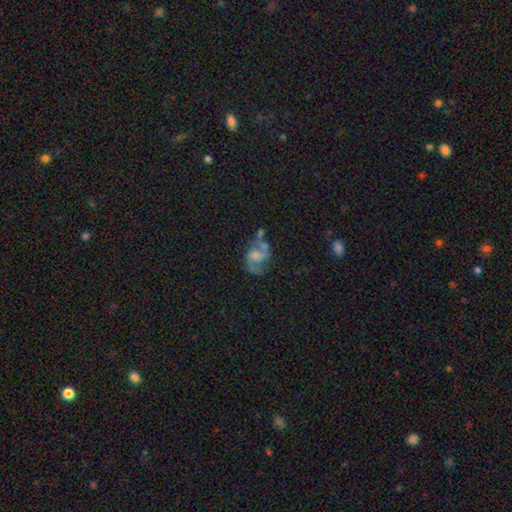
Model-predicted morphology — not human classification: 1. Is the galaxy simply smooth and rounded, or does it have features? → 72% featured or disk, 18% smooth, 10% star or artifact.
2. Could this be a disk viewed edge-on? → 98% no, 2% yes.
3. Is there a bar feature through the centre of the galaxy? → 55% no, 36% weak, 9% strong.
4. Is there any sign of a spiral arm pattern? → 86% yes, 14% no.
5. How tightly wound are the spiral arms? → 48% medium, 38% loose, 14% tight.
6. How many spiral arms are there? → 86% 2, 6% can't tell, 4% 1, 2% 3, 1% 4, 1% more than 4.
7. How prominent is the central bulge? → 31% moderate, 27% none, 23% small, 17% large, 2% dominant.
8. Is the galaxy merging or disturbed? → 46% none, 21% minor disturbance, 20% major disturbance, 14% merger.